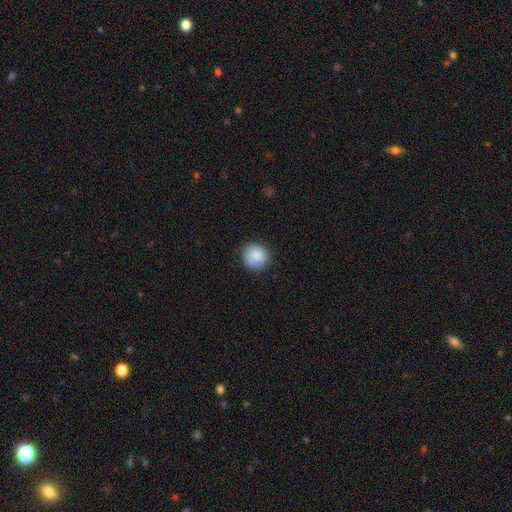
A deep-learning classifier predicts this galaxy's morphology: smooth-or-featured: smooth: 88% | star or artifact: 8% | featured or disk: 5%
  how-rounded: round: 90% | in between: 9% | cigar-shaped: 1%
  merging: none: 84% | minor disturbance: 12% | major disturbance: 3% | merger: 1%